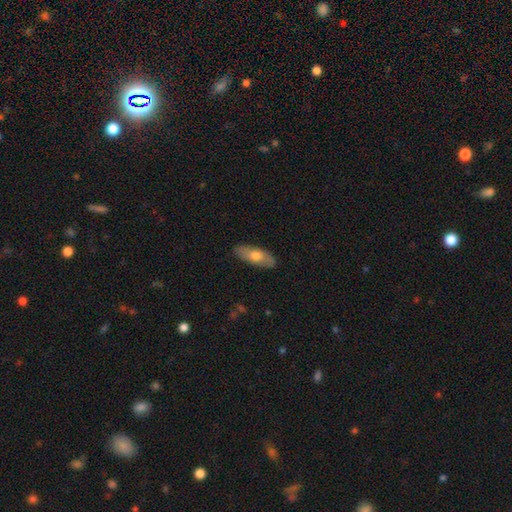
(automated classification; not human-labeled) smooth_or_featured: smooth (p=0.65) [alt: featured or disk p=0.29]
how_rounded: in between (p=0.74) [alt: cigar-shaped p=0.23]
merging: none (p=0.87) [alt: minor disturbance p=0.10]